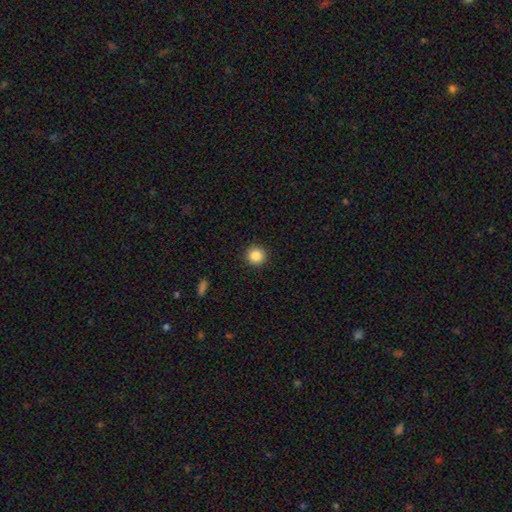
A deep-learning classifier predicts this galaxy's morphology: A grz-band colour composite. It shows a smooth galaxy with no disk features (85%) that is round (95%). Merging: none (93%).